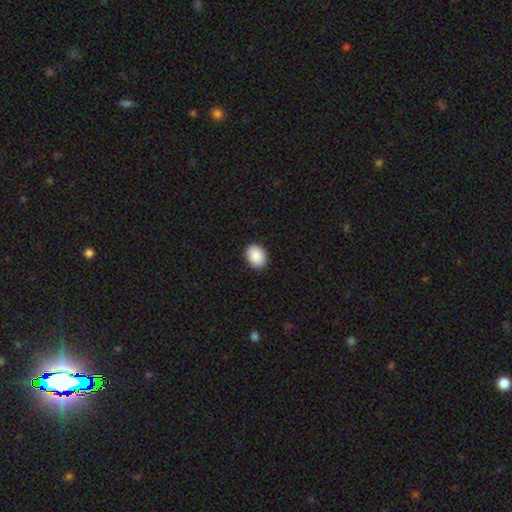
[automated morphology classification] smooth 90%, star or artifact 7%, featured or disk 3%. Down the decision tree: how rounded — in between (75%); merging — none (90%).